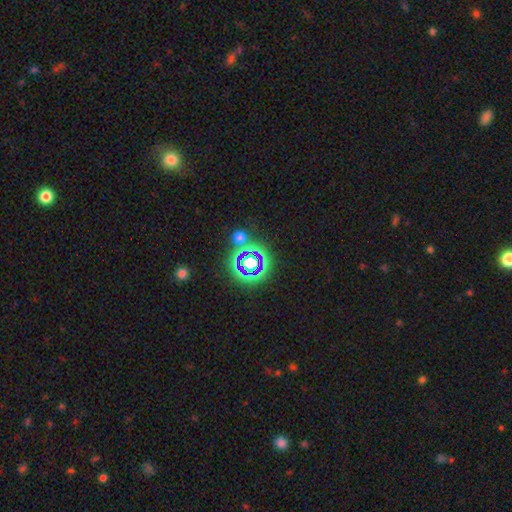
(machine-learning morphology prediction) Smooth or featured?
  - star or artifact: 71% *
  - smooth: 17%
  - featured or disk: 12%